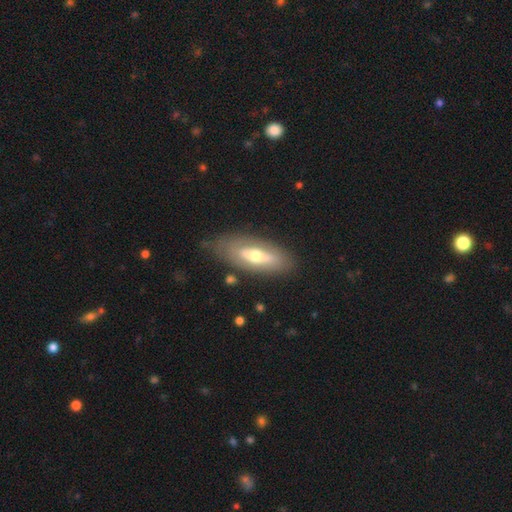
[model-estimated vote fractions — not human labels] Smooth or featured? featured or disk (56%)
Edge-on disk? no (78%)
Merging? none (75%)